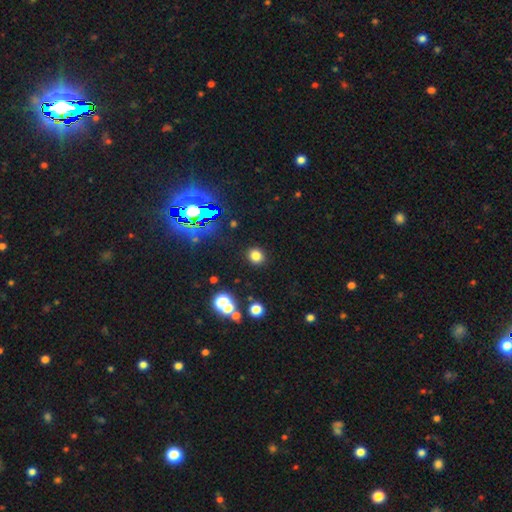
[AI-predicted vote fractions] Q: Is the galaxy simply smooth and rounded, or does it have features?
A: smooth — 77%.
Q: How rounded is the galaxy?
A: round — 81%.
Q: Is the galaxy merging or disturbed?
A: none — 88%.